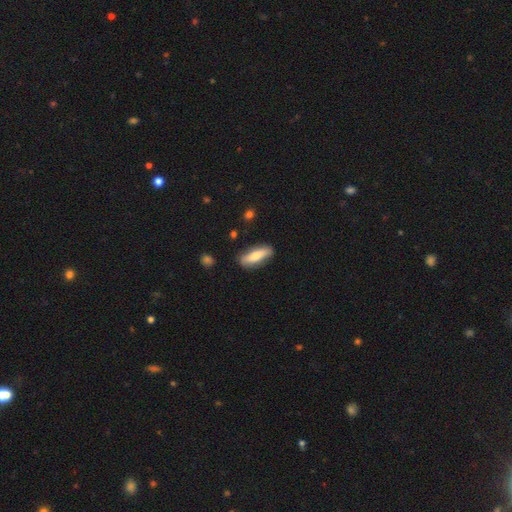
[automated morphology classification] Q: Smooth or featured?
A: smooth (65%); runner-up: featured or disk (30%)
Q: How rounded?
A: in between (50%); runner-up: cigar-shaped (47%)
Q: Merging?
A: none (83%); runner-up: minor disturbance (13%)